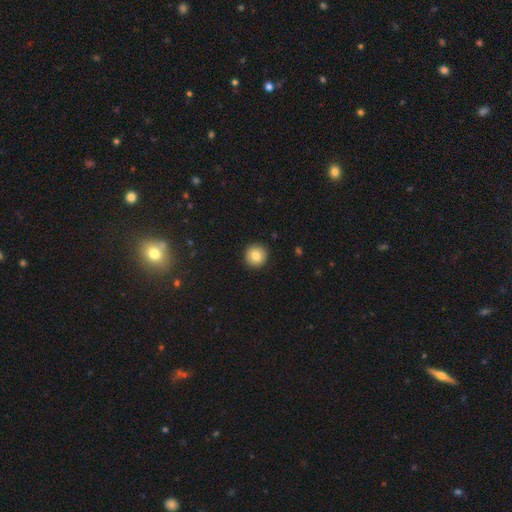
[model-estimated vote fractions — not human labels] Smooth or featured?
  - smooth: 83% *
  - featured or disk: 9%
  - star or artifact: 8%
How rounded?
  - round: 95% *
  - in between: 4%
  - cigar-shaped: 1%
Merging?
  - none: 92% *
  - minor disturbance: 6%
  - major disturbance: 2%
  - merger: 1%